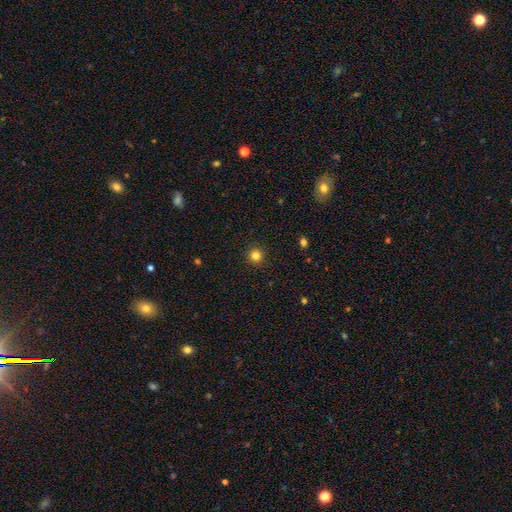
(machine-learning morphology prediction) smooth 82%, star or artifact 13%, featured or disk 5%. Down the decision tree: how rounded — round (95%); merging — none (92%).